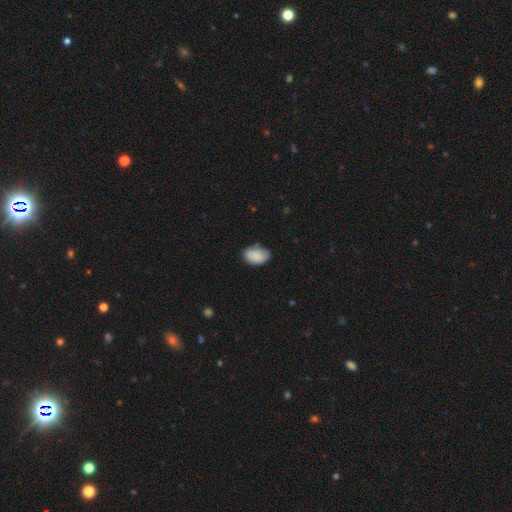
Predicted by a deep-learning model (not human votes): Smooth or featured? Predicted: smooth (p=0.87). How rounded? Predicted: in between (p=0.87). Merging? Predicted: none (p=0.70).